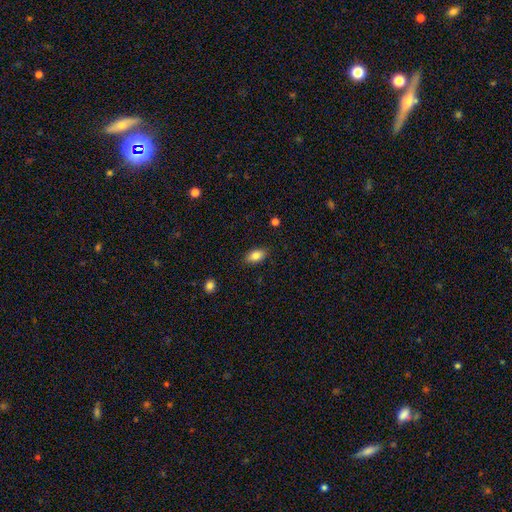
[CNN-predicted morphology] Smooth or featured: smooth — 83% (featured or disk — 9%)
How rounded: in between — 89% (round — 7%)
Merging: none — 86% (minor disturbance — 11%)